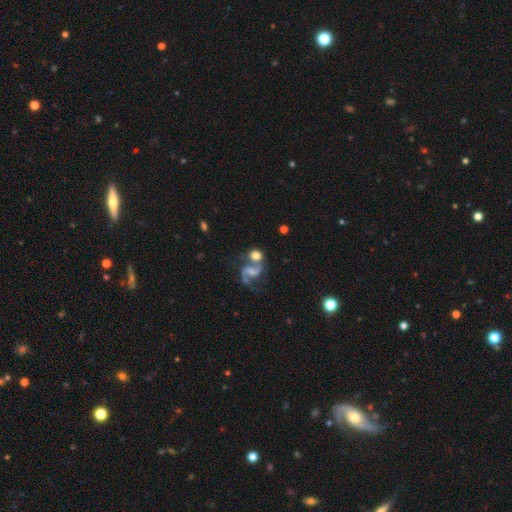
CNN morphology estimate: This is possibly a featured or disk galaxy (52%). It is clearly not viewed edge-on (97%). Merging: marginally none (40%).